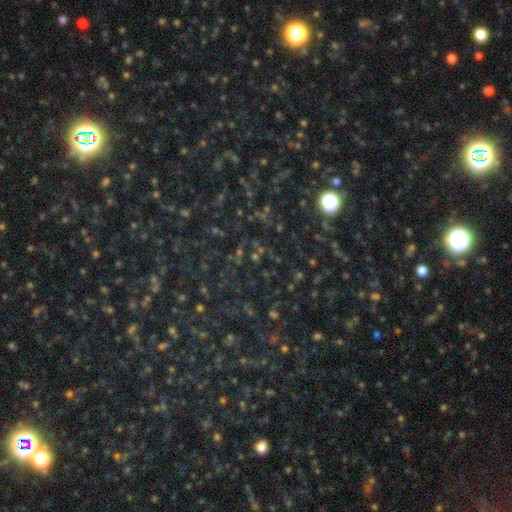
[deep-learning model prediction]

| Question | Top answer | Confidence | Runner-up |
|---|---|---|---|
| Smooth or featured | star or artifact | 72% | smooth (19%) |